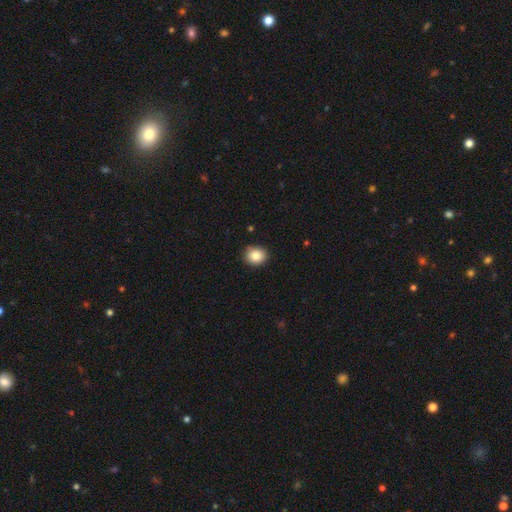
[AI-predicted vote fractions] Smooth or featured: smooth — 86% (star or artifact — 9%)
How rounded: round — 61% (in between — 39%)
Merging: none — 89% (minor disturbance — 8%)